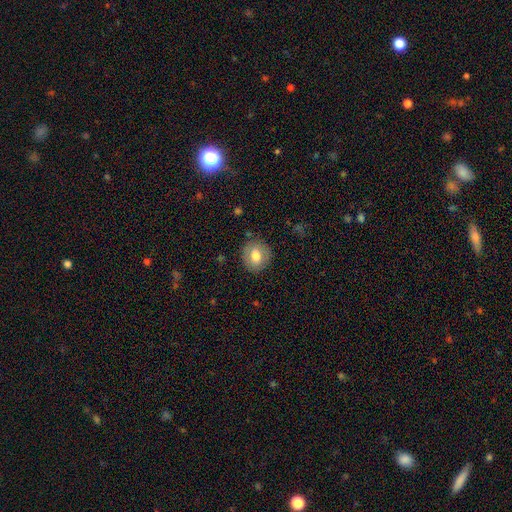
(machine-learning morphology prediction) The model was most divided on "how rounded": round: 71%, in between: 28%, cigar-shaped: 1%. More confident: merging — none (85%); smooth or featured — smooth (73%).